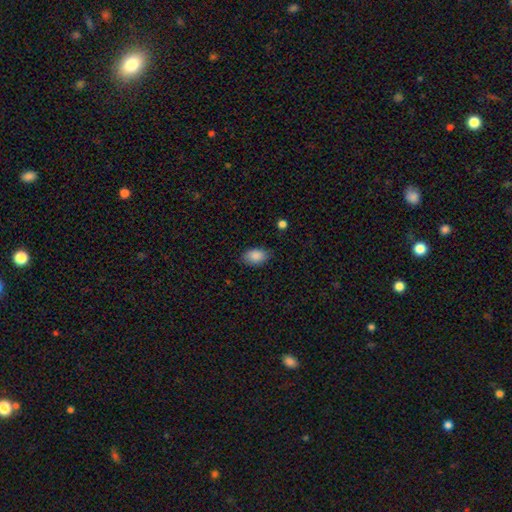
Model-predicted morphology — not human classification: smooth 88%, star or artifact 7%, featured or disk 5%. Down the decision tree: how rounded — in between (88%); merging — none (80%).